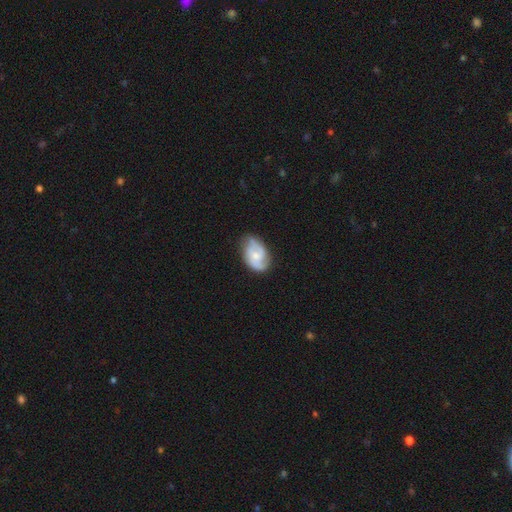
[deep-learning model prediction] featured or disk 65%, smooth 29%, star or artifact 6%. Down the decision tree: edge-on disk — no (97%); bar — no (63%); spiral arms — yes (89%); spiral arm count — 2 (57%); spiral winding — medium (46%); bulge size — small (50%); merging — none (63%).